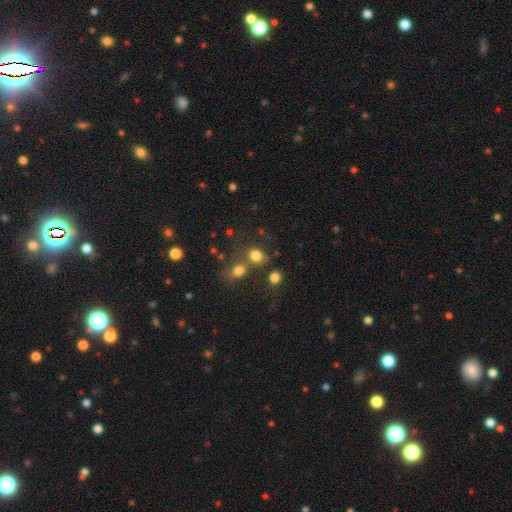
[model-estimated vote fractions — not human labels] Overall: smooth (78%). How rounded: round (66%; in between 32%). Merging: none (53%; merger 30%).